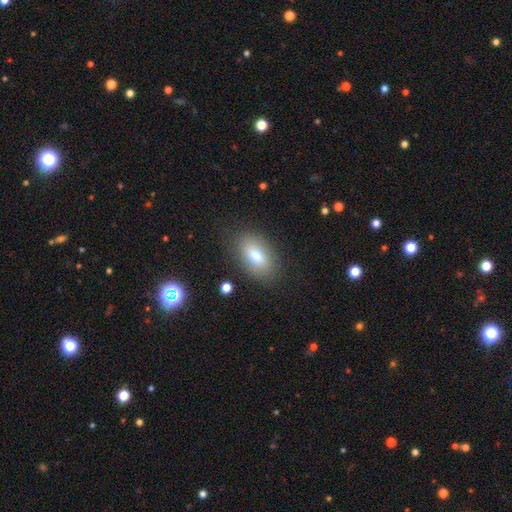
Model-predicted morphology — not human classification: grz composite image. It shows a smooth galaxy with no disk features (77%) that is in between round and cigar-shaped (90%). Merging: none (83%).